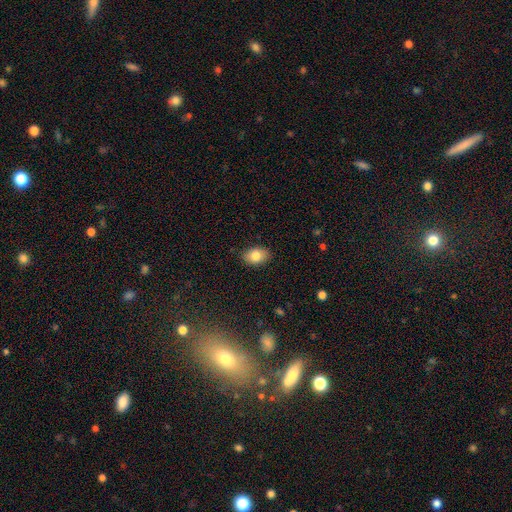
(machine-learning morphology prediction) This is clearly a smooth galaxy (82%). How rounded: clearly in between (82%). Merging: clearly none (87%).